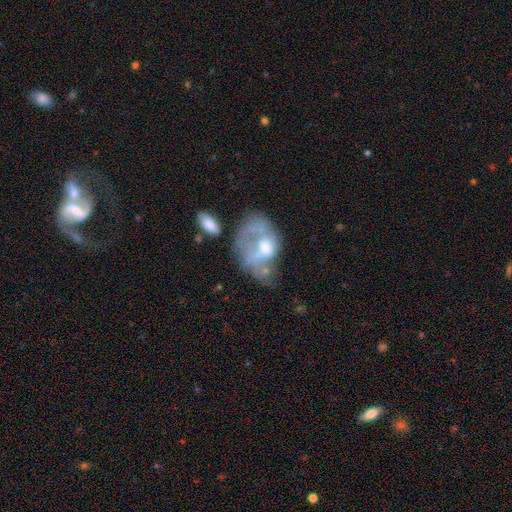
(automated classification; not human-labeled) Smooth or featured?
  - featured or disk: 56% *
  - smooth: 33%
  - star or artifact: 11%
Edge-on disk?
  - no: 97% *
  - yes: 3%
Bar?
  - no: 74% *
  - weak: 21%
  - strong: 6%
Spiral arms?
  - no: 76% *
  - yes: 24%
Bulge size?
  - moderate: 48% *
  - none: 18%
  - large: 16%
  - small: 15%
  - dominant: 2%
Merging?
  - major disturbance: 41% *
  - none: 23%
  - merger: 19%
  - minor disturbance: 17%